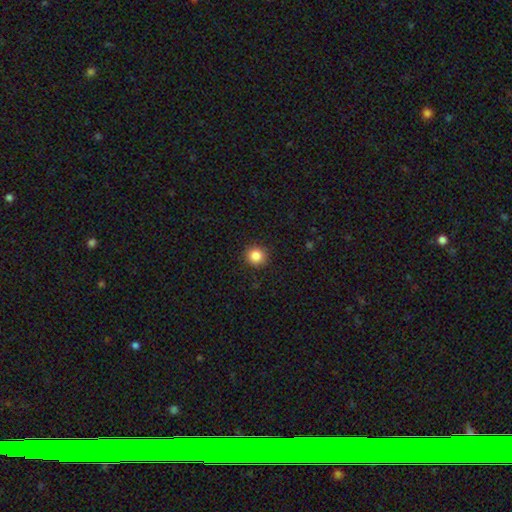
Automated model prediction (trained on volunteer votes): A smooth galaxy with no disk features (86%) that is round (93%).

Vote fractions:
- Smooth or featured? smooth: 86% / star or artifact: 10% / featured or disk: 4%
- How rounded? round: 93% / in between: 6% / cigar-shaped: 1%
- Merging? none: 91% / minor disturbance: 6% / major disturbance: 2% / merger: 1%